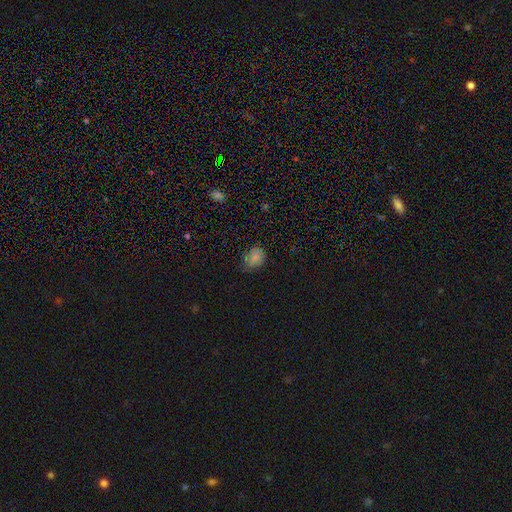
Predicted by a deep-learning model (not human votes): This appears to be a smooth galaxy with no disk features (73%) that is in between round and cigar-shaped (56%). Merging: none (64%).